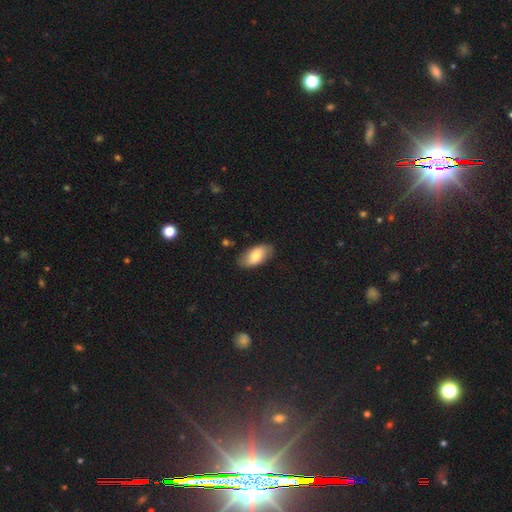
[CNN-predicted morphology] Q: Smooth or featured?
A: smooth (72%); runner-up: featured or disk (22%)
Q: How rounded?
A: in between (93%); runner-up: cigar-shaped (5%)
Q: Merging?
A: none (82%); runner-up: minor disturbance (14%)